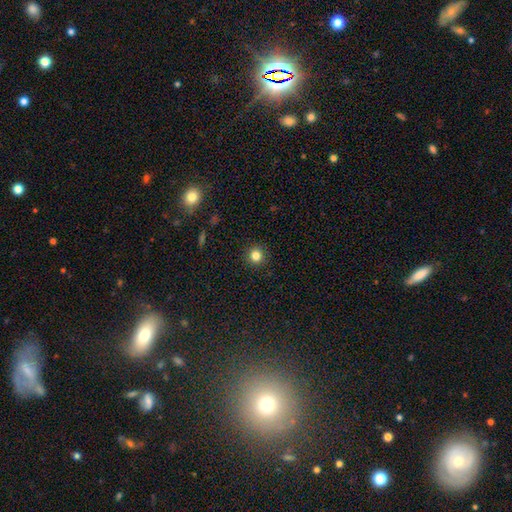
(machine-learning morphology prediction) Smooth or featured? Predicted: smooth (p=0.83). How rounded? Predicted: round (p=0.93). Merging? Predicted: none (p=0.92).